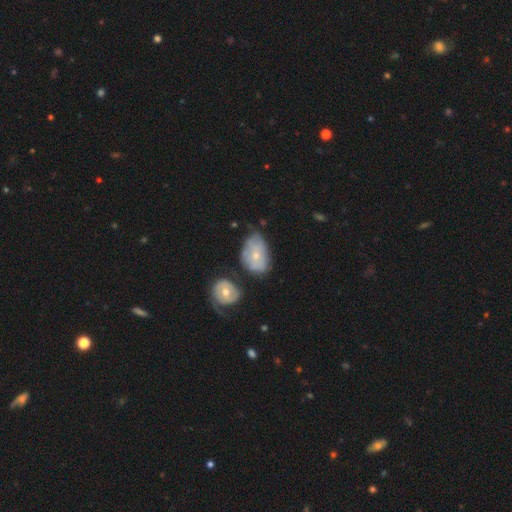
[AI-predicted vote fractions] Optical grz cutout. It shows a featured or disk galaxy (48%). Merging: none (42%).